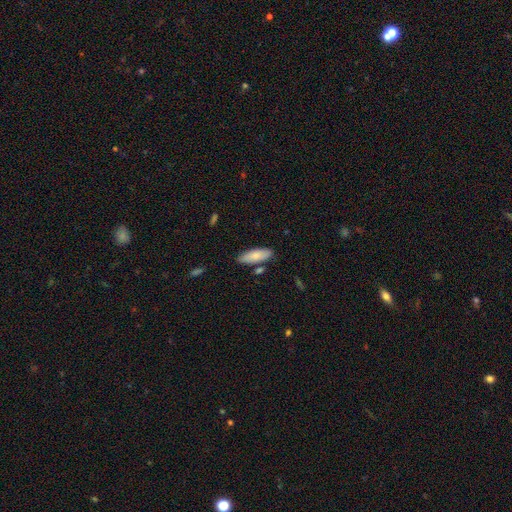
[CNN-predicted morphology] This appears to be a smooth galaxy with no disk features (81%) that is in between round and cigar-shaped (68%). Merging: none (81%).